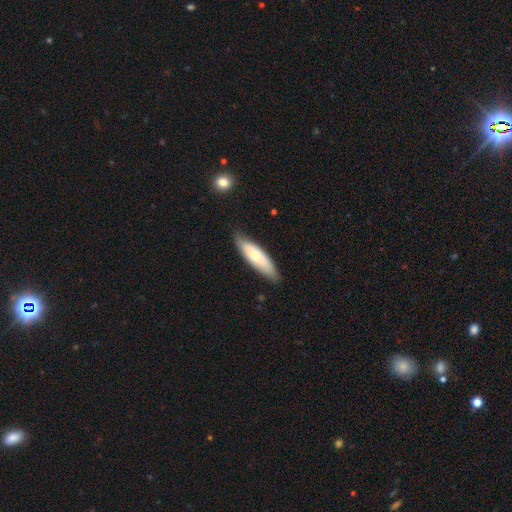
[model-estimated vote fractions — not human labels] smooth_or_featured: smooth (p=0.65) [alt: featured or disk p=0.29]
how_rounded: cigar-shaped (p=0.54) [alt: in between p=0.44]
merging: none (p=0.81) [alt: minor disturbance p=0.15]